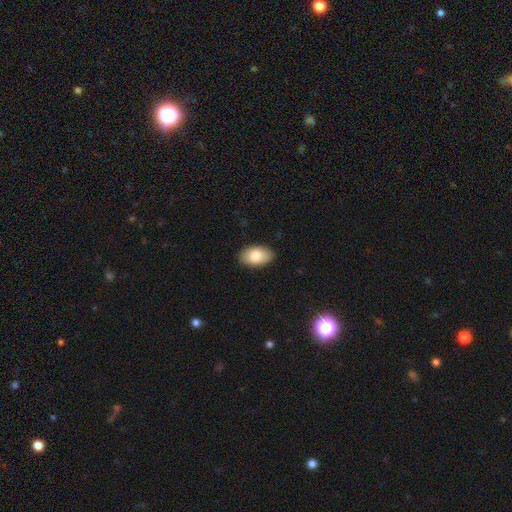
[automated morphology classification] type=smooth (82%); roundness=in between (93%); merging=none (87%).